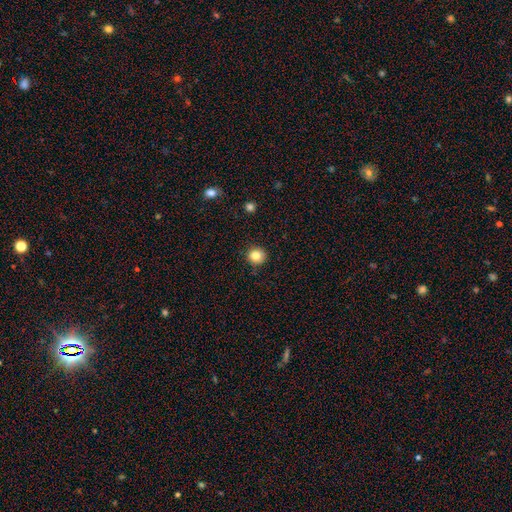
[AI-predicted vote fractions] Smooth or featured: smooth — 83% (star or artifact — 11%)
How rounded: round — 93% (in between — 6%)
Merging: none — 90% (minor disturbance — 7%)